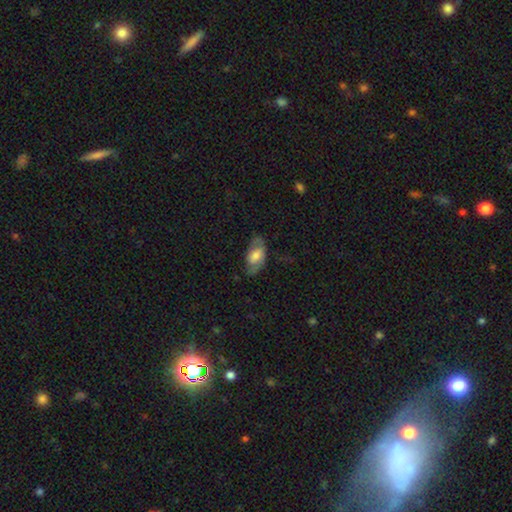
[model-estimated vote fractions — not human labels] A smooth galaxy with no disk features (52%) that is in between round and cigar-shaped (91%). Merging: none (64%).